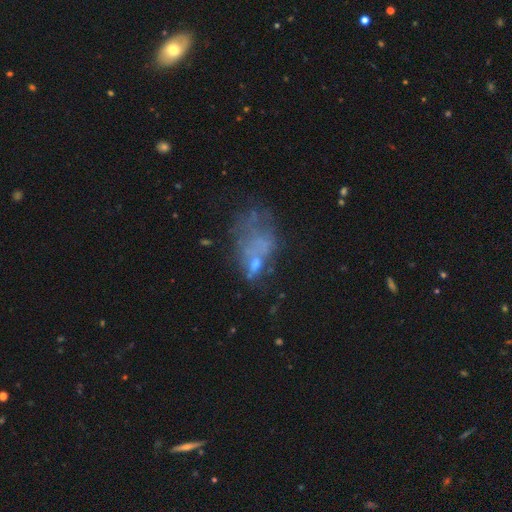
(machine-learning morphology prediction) A featured or disk galaxy (46%).

Vote fractions:
- Smooth or featured? featured or disk: 46% / smooth: 32% / star or artifact: 22%
- Merging? major disturbance: 36% / none: 31% / minor disturbance: 18% / merger: 16%